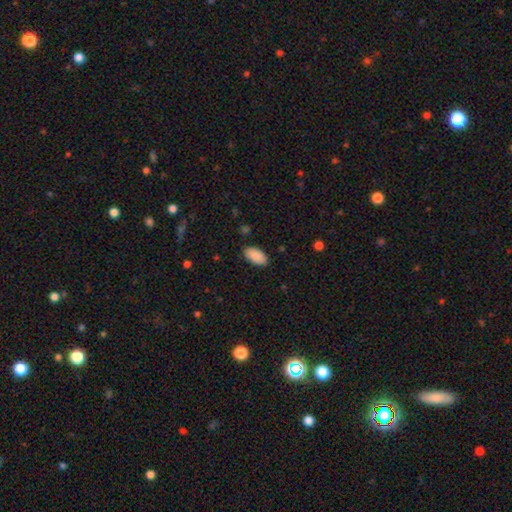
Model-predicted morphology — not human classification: This appears to be a smooth galaxy with no disk features (90%) that is in between round and cigar-shaped (95%). Merging: none (86%).